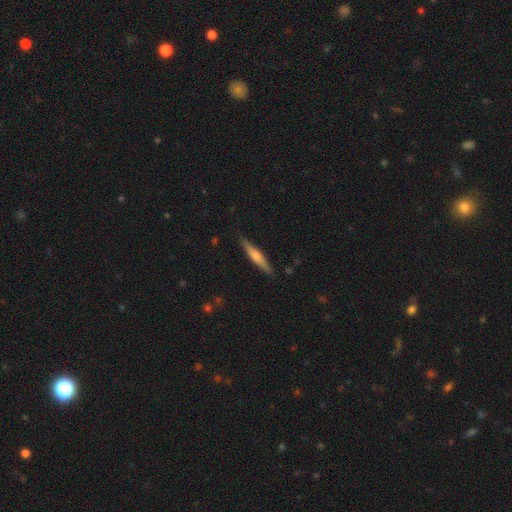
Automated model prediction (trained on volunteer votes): A featured or disk galaxy (61%) viewed edge-on (97%) with a rounded central bulge (76%). Merging: none (89%).